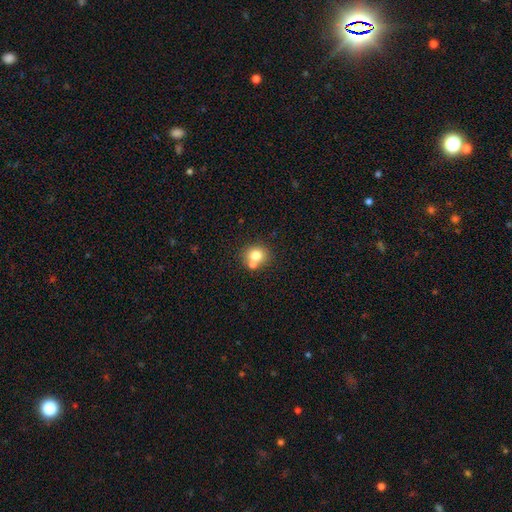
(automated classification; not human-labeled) Q: Smooth or featured?
A: smooth (77%); runner-up: featured or disk (12%)
Q: How rounded?
A: round (80%); runner-up: in between (19%)
Q: Merging?
A: none (57%); runner-up: merger (31%)